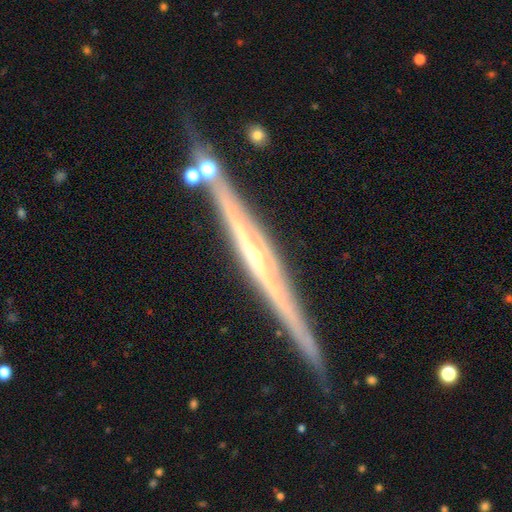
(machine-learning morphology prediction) Q: Smooth or featured?
A: featured or disk (85%); runner-up: smooth (9%)
Q: Edge-on disk?
A: yes (97%); runner-up: no (3%)
Q: Edge-on bulge?
A: rounded (56%); runner-up: none (38%)
Q: Merging?
A: none (83%); runner-up: minor disturbance (11%)